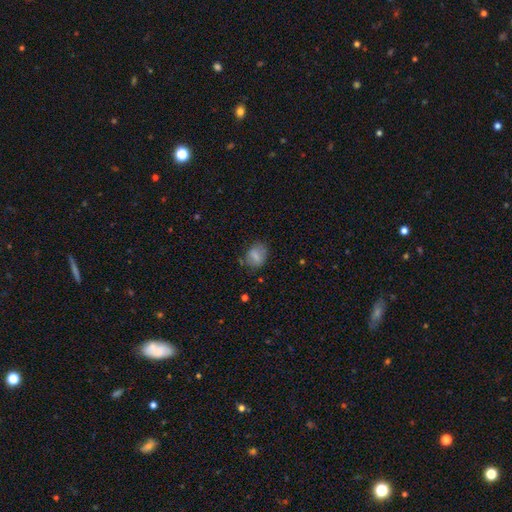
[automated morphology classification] This appears to be a smooth galaxy with no disk features (71%) that is in between round and cigar-shaped (59%). Merging: none (64%).